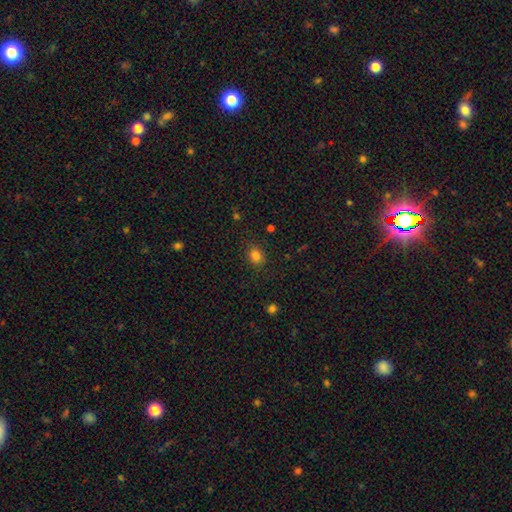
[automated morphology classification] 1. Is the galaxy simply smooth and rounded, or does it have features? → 82% smooth, 13% star or artifact, 5% featured or disk.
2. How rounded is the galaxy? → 55% round, 44% in between, 1% cigar-shaped.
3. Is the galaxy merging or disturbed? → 84% none, 12% minor disturbance, 3% major disturbance, 1% merger.